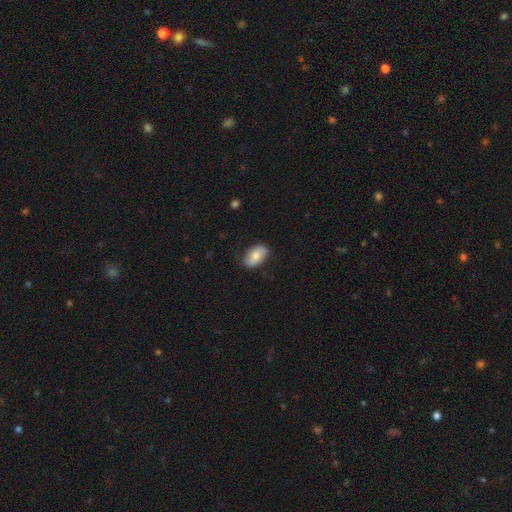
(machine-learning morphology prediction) Q: Smooth or featured?
A: smooth (68%); runner-up: featured or disk (25%)
Q: How rounded?
A: in between (92%); runner-up: round (6%)
Q: Merging?
A: none (80%); runner-up: minor disturbance (16%)